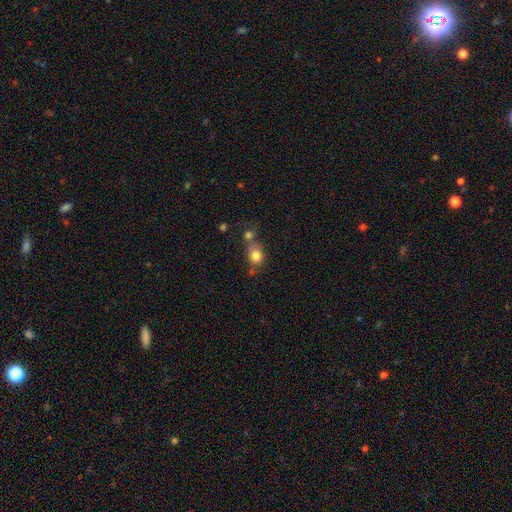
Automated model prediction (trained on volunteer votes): Morphology: type=smooth (80%); roundness=round (68%); merging=none (47%).